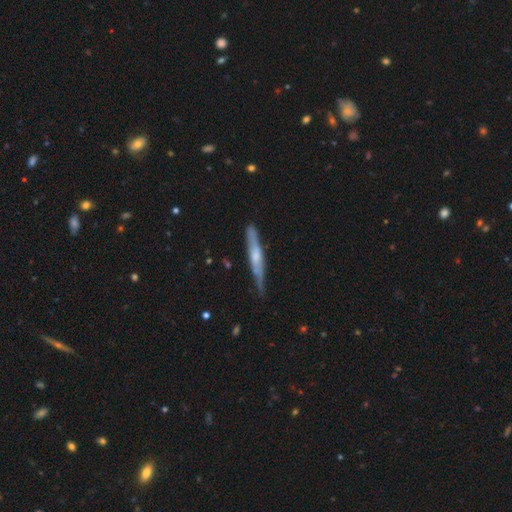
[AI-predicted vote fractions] Q: Smooth or featured?
A: featured or disk (62%); runner-up: smooth (33%)
Q: Edge-on disk?
A: yes (92%); runner-up: no (8%)
Q: Edge-on bulge?
A: rounded (52%); runner-up: none (31%)
Q: Merging?
A: none (73%); runner-up: minor disturbance (22%)